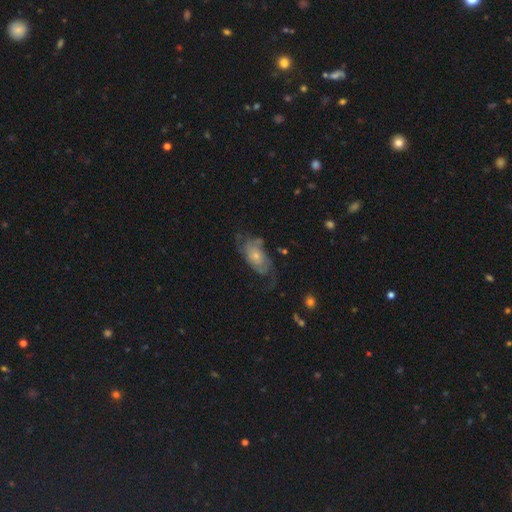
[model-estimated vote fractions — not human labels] Overall: featured or disk (68%). Edge-on disk: no (94%). Bar: no (78%). Spiral arms: yes (85%). Spiral arm count: 2 (42%; can't tell 32%). Spiral winding: medium (39%; tight 31%). Bulge size: small (62%; moderate 30%). Merging: none (49%; major disturbance 26%).